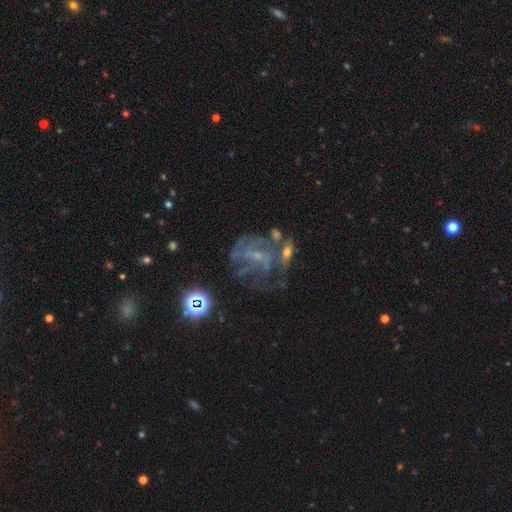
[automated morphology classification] A featured or disk galaxy (68%) with no bar (47%), spiral arms (70%) and a small central bulge (49%).

Vote fractions:
- Smooth or featured? featured or disk: 68% / star or artifact: 20% / smooth: 12%
- Edge-on disk? no: 97% / yes: 3%
- Bar? no: 47% / weak: 40% / strong: 13%
- Spiral arms? yes: 70% / no: 30%
- Bulge size? small: 49% / none: 32% / moderate: 16% / large: 2% / dominant: 1%
- Merging? none: 38% / major disturbance: 27% / merger: 19% / minor disturbance: 16%